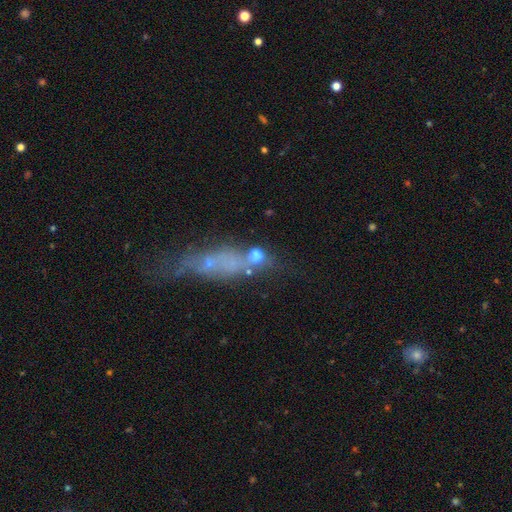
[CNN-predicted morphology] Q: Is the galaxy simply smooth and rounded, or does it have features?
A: smooth — 53%.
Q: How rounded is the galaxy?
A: in between — 54%.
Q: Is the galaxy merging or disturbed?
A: merger — 39%.